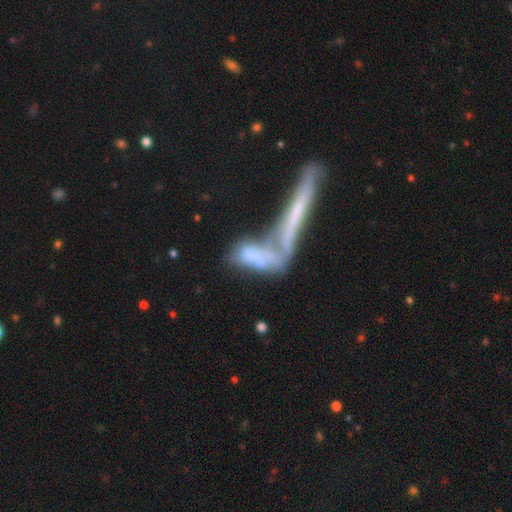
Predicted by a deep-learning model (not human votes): Morphology: type=smooth (49%); merging=merger (55%).